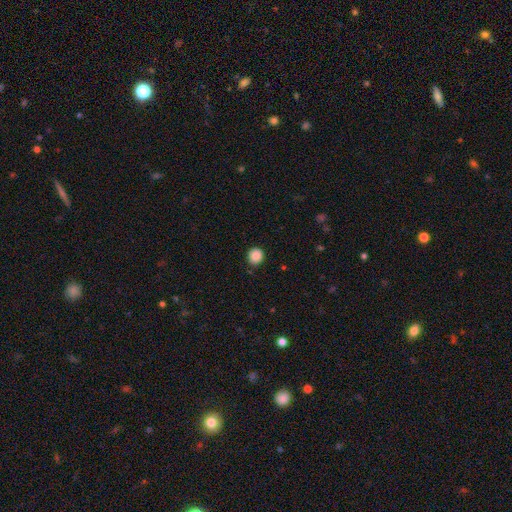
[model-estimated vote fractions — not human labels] smooth 87%, star or artifact 9%, featured or disk 3%. Down the decision tree: how rounded — round (85%); merging — none (88%).